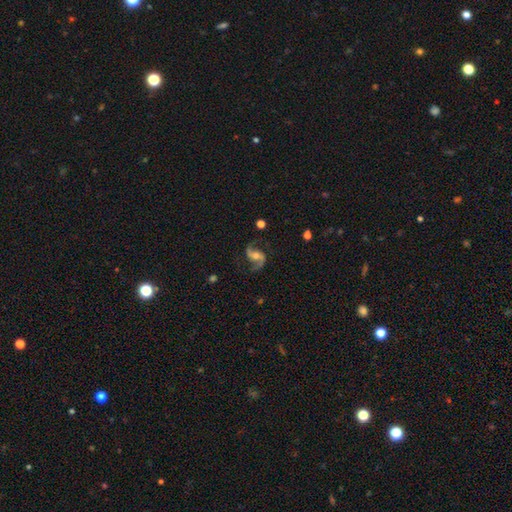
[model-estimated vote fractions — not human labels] Morphology: type=featured or disk (89%); edge-on=no (98%); bar=no (40%); spiral arms=yes (97%); winding=loose (56%); arm count=2 (94%); bulge=moderate (56%); merging=none (79%).